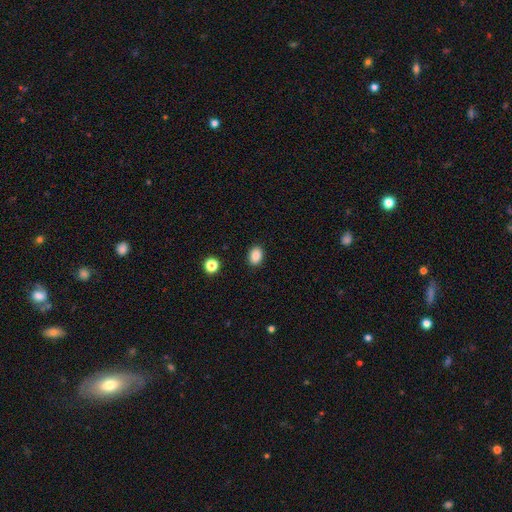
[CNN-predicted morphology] type=smooth (87%); roundness=in between (74%); merging=none (90%).